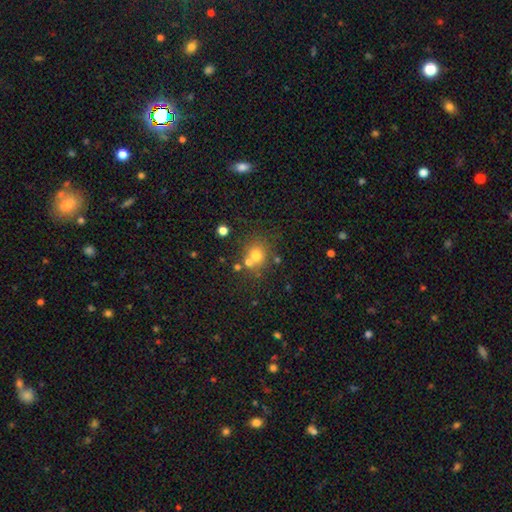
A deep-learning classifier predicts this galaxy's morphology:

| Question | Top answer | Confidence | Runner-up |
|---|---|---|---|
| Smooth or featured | smooth | 70% | star or artifact (17%) |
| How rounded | round | 82% | in between (17%) |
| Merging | none | 59% | merger (26%) |